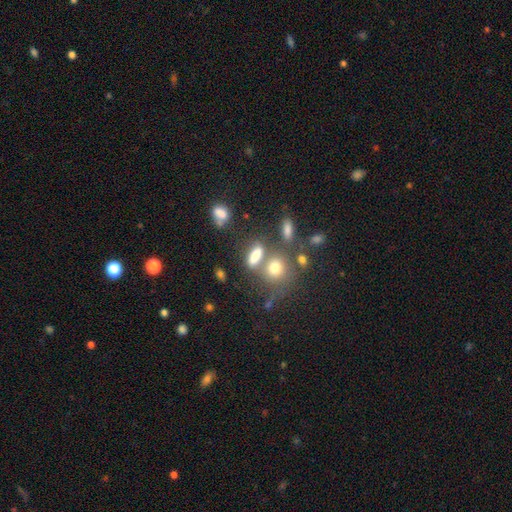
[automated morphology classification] Smooth or featured? smooth (75%)
How rounded? in between (64%)
Merging? none (50%)